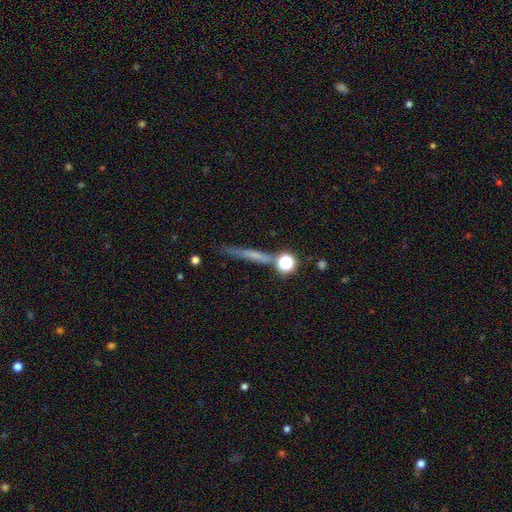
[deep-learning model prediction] The model was most divided on "smooth or featured": smooth: 47%, featured or disk: 37%, star or artifact: 16%. More confident: merging — none (73%).